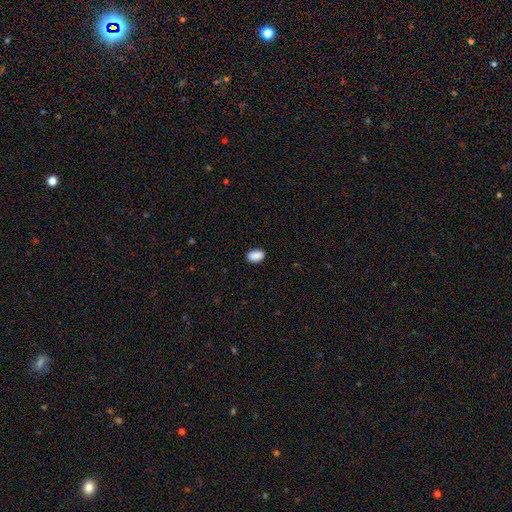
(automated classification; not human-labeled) smooth_or_featured: smooth (p=0.89) [alt: star or artifact p=0.08]
how_rounded: in between (p=0.90) [alt: round p=0.08]
merging: none (p=0.86) [alt: minor disturbance p=0.10]